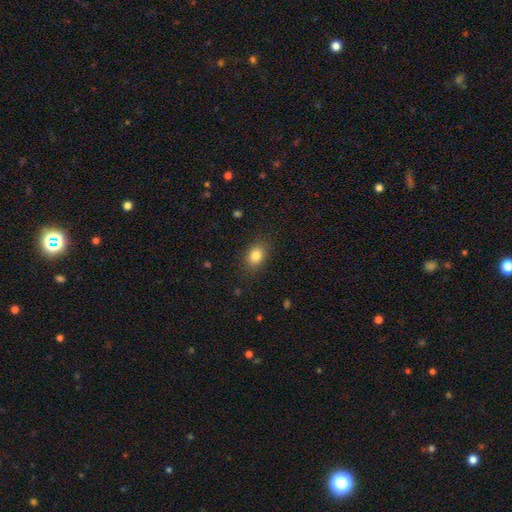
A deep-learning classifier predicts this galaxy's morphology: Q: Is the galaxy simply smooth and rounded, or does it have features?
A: smooth — 83%.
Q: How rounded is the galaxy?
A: in between — 70%.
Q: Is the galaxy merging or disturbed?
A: none — 85%.